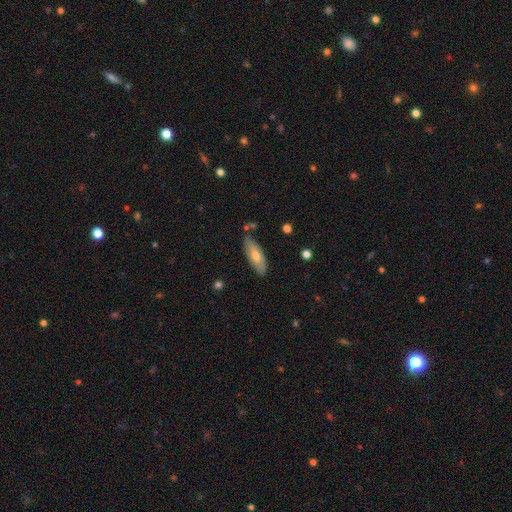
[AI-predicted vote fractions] Q: Smooth or featured?
A: smooth (58%); runner-up: featured or disk (35%)
Q: How rounded?
A: in between (68%); runner-up: cigar-shaped (30%)
Q: Merging?
A: none (79%); runner-up: minor disturbance (16%)